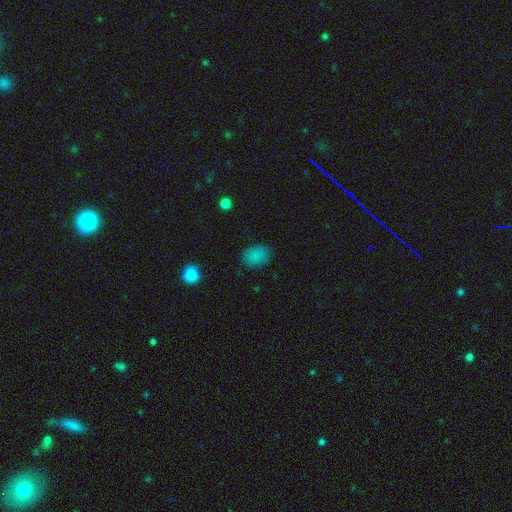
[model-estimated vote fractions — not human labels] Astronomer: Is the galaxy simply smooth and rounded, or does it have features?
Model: smooth — 84%.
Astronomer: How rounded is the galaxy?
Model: in between — 63%.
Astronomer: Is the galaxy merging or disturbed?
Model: none — 83%.